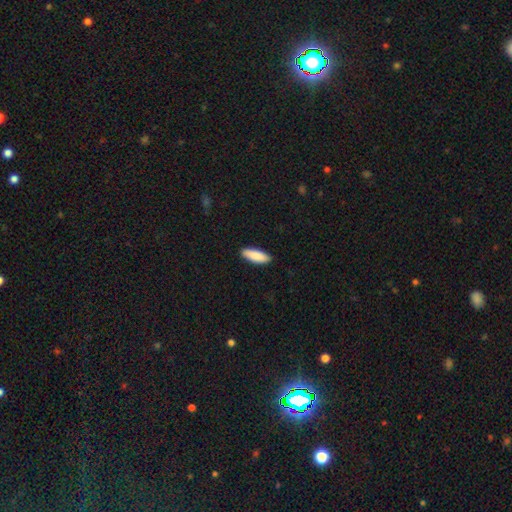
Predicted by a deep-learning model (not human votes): smooth_or_featured: smooth (p=0.88) [alt: featured or disk p=0.07]
how_rounded: in between (p=0.60) [alt: cigar-shaped p=0.38]
merging: none (p=0.90) [alt: minor disturbance p=0.08]